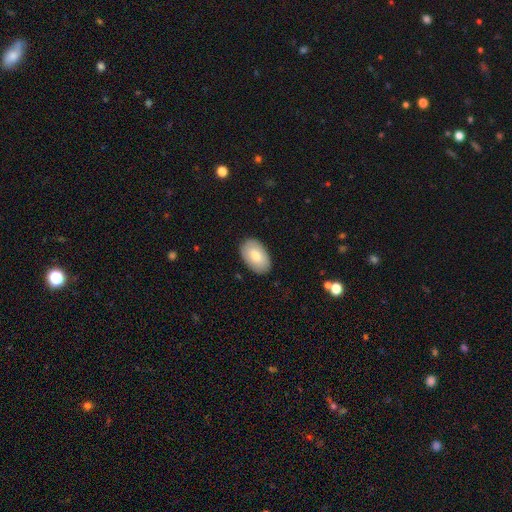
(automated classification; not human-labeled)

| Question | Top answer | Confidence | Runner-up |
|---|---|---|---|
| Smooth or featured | smooth | 78% | featured or disk (16%) |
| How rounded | in between | 93% | round (6%) |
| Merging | none | 87% | minor disturbance (10%) |